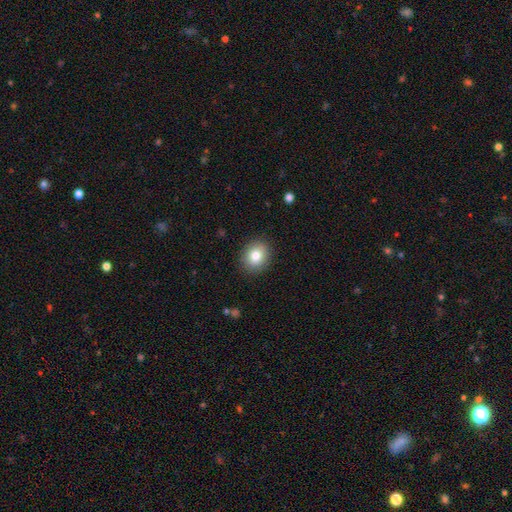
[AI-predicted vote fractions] smooth 82%, featured or disk 9%, star or artifact 9%. Down the decision tree: how rounded — round (56%); merging — none (89%).